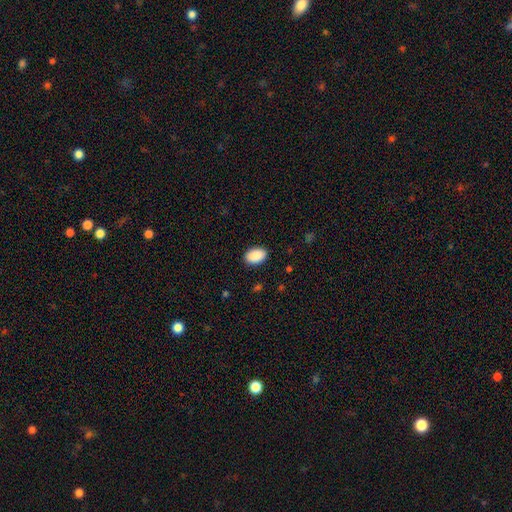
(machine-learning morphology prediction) type=smooth (91%); roundness=in between (90%); merging=none (89%).